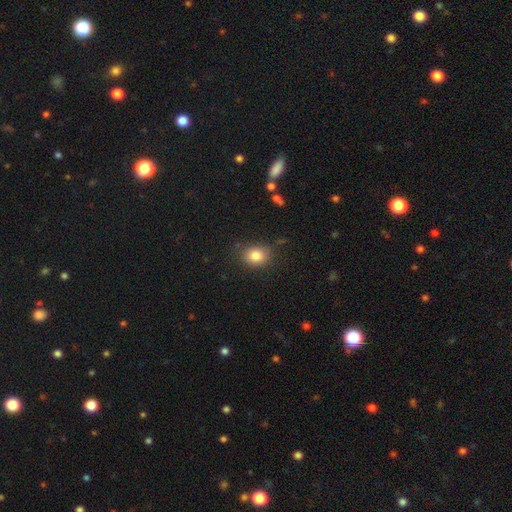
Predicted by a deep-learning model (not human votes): A smooth galaxy with no disk features (82%) that is round (52%).

Vote fractions:
- Smooth or featured? smooth: 82% / star or artifact: 10% / featured or disk: 7%
- How rounded? round: 52% / in between: 47% / cigar-shaped: 1%
- Merging? none: 80% / minor disturbance: 15% / major disturbance: 4% / merger: 2%